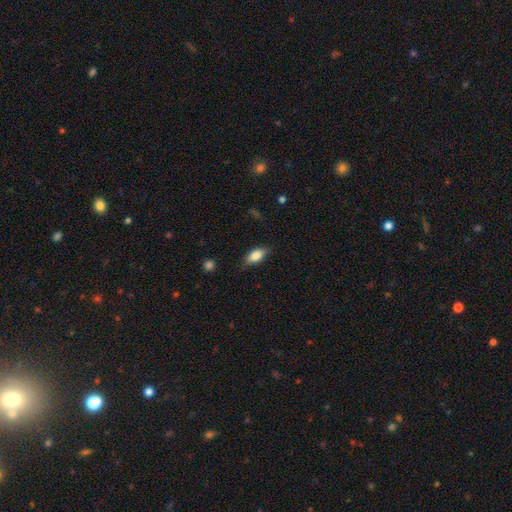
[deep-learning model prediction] smooth-or-featured: smooth: 82% | featured or disk: 11% | star or artifact: 7%
  how-rounded: in between: 88% | cigar-shaped: 8% | round: 4%
  merging: none: 80% | minor disturbance: 16% | major disturbance: 3% | merger: 1%